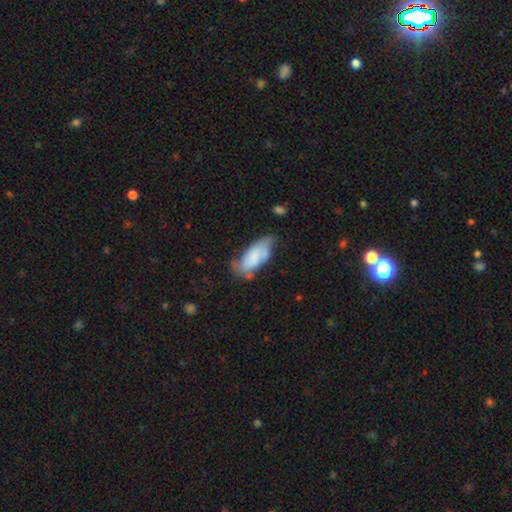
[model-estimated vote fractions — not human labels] A smooth galaxy with no disk features (65%) that is in between round and cigar-shaped (87%). Merging: none (43%).